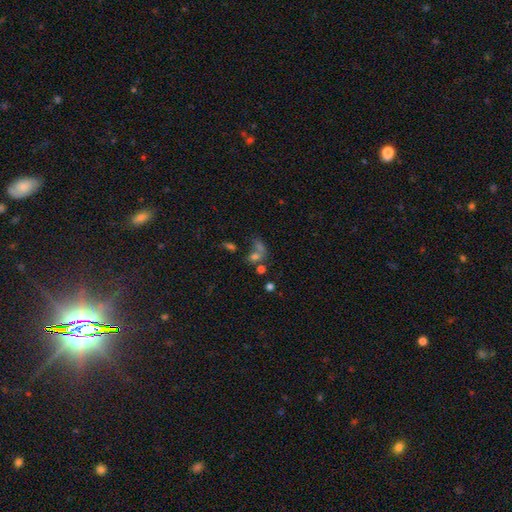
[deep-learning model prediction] A smooth galaxy with no disk features (49%). Merging: merger (46%).